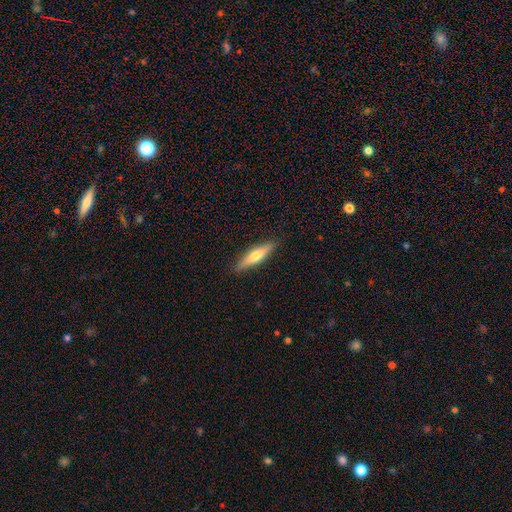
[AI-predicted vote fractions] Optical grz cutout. It shows a smooth galaxy with no disk features (57%) that is cigar-shaped (78%). Merging: none (89%).